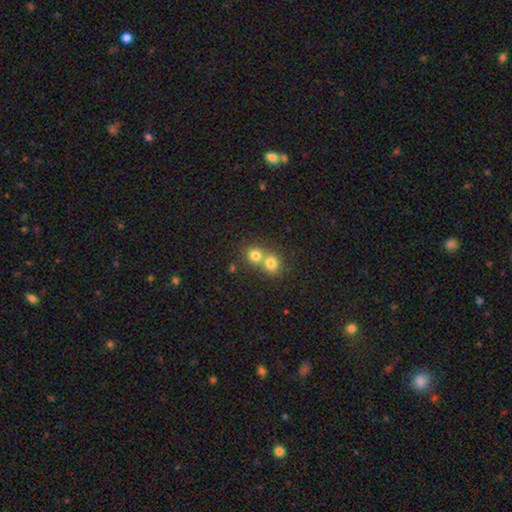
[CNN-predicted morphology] Smooth or featured? Predicted: smooth (p=0.77). How rounded? Predicted: round (p=0.81). Merging? Predicted: merger (p=0.59).